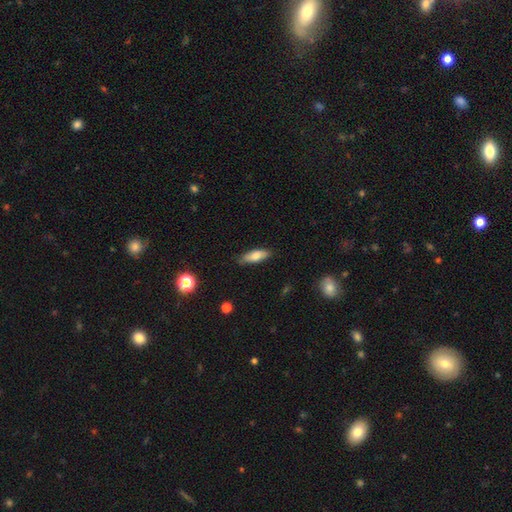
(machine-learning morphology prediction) Smooth or featured: smooth — 75% (featured or disk — 19%)
How rounded: in between — 61% (cigar-shaped — 36%)
Merging: none — 80% (minor disturbance — 16%)